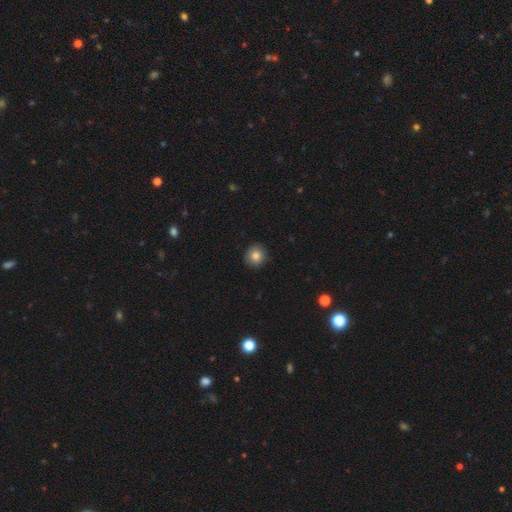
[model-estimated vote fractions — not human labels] Smooth or featured? smooth (83%)
How rounded? round (90%)
Merging? none (91%)